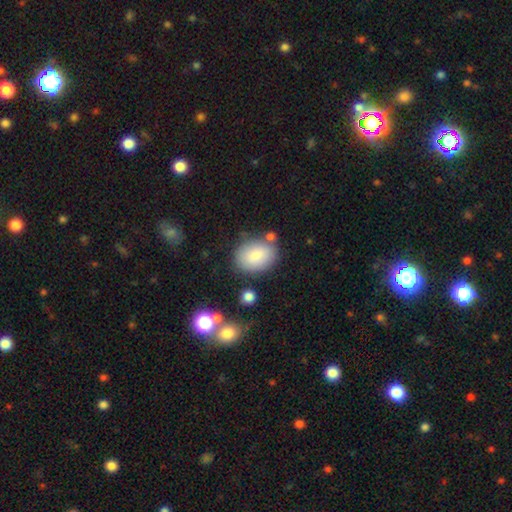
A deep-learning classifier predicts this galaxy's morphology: Q: Smooth or featured?
A: smooth (82%); runner-up: featured or disk (10%)
Q: How rounded?
A: in between (70%); runner-up: round (29%)
Q: Merging?
A: none (74%); runner-up: minor disturbance (14%)